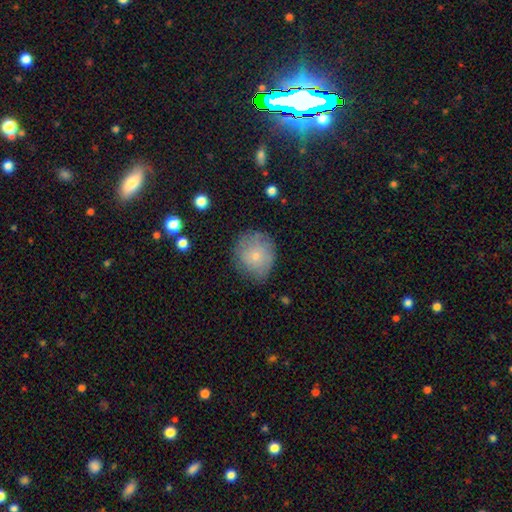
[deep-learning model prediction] smooth 71%, featured or disk 20%, star or artifact 8%. Down the decision tree: how rounded — round (83%); merging — none (70%).